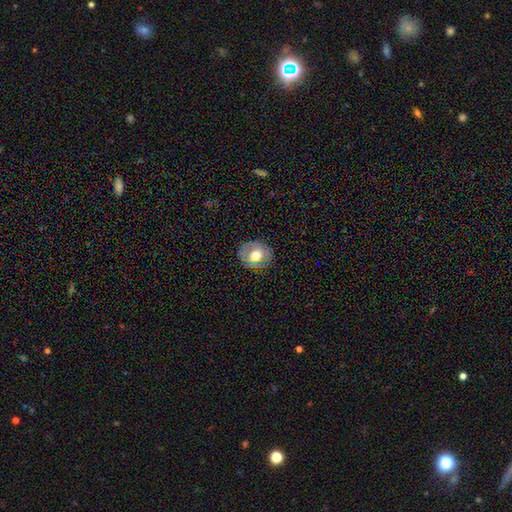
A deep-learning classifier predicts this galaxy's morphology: A smooth galaxy with no disk features (57%) that is round (75%).

Vote fractions:
- Smooth or featured? smooth: 57% / featured or disk: 36% / star or artifact: 8%
- How rounded? round: 75% / in between: 24% / cigar-shaped: 1%
- Merging? none: 83% / minor disturbance: 12% / major disturbance: 4% / merger: 1%